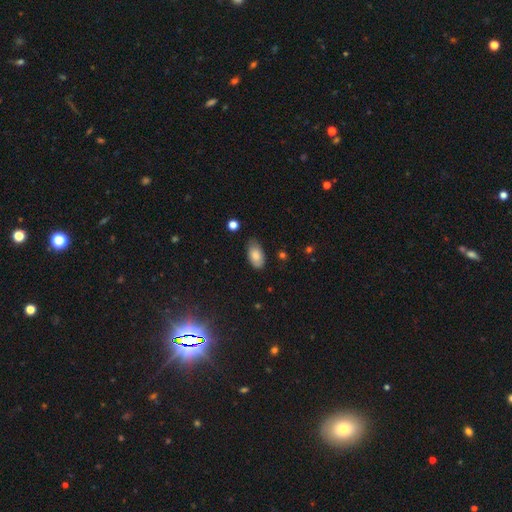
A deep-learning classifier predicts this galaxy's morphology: smooth_or_featured: smooth (p=0.83) [alt: featured or disk p=0.10]
how_rounded: in between (p=0.94) [alt: round p=0.04]
merging: none (p=0.74) [alt: minor disturbance p=0.21]